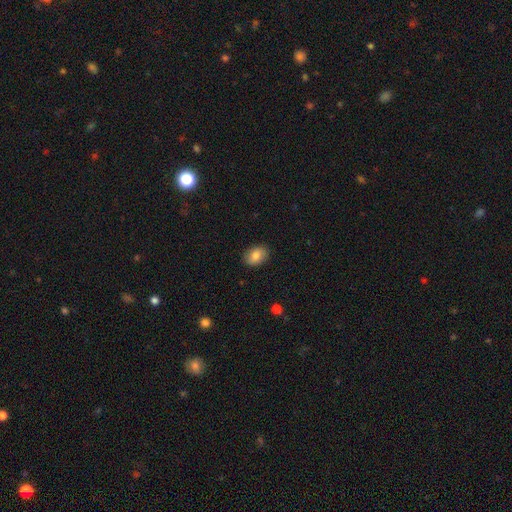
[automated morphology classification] Smooth or featured: smooth — 82% (featured or disk — 10%)
How rounded: in between — 78% (round — 21%)
Merging: none — 87% (minor disturbance — 10%)